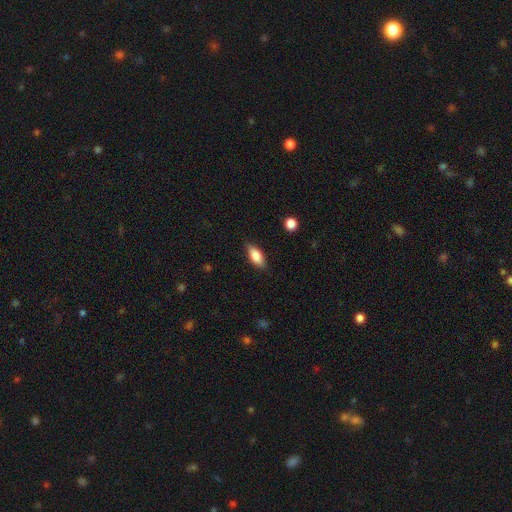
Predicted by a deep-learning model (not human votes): The model was most divided on "how rounded": in between: 83%, cigar-shaped: 15%, round: 3%. More confident: merging — none (84%); smooth or featured — smooth (83%).